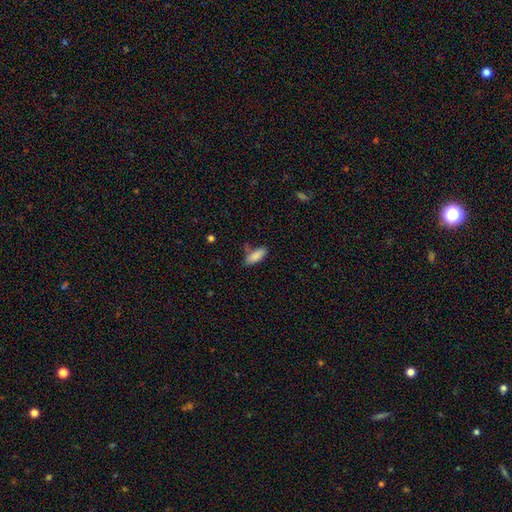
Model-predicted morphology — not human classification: type=smooth (86%); roundness=in between (72%); merging=none (67%).